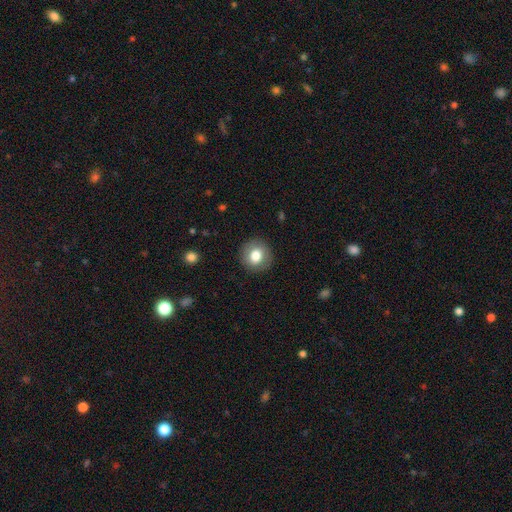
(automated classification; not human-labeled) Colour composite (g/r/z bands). It shows a smooth galaxy with no disk features (78%) that is round (86%). Merging: none (88%).